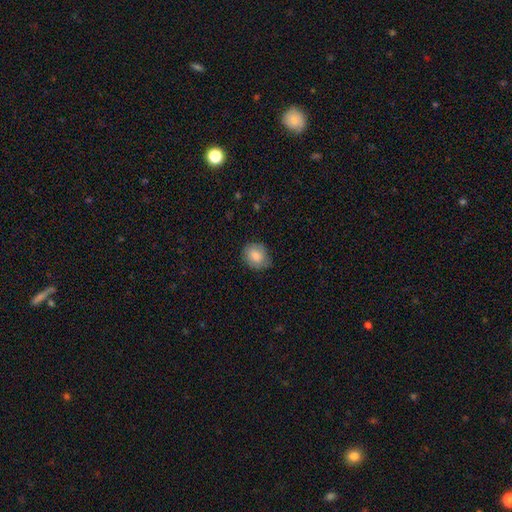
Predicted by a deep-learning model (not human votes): smooth-or-featured: smooth: 82% | featured or disk: 11% | star or artifact: 7%
  how-rounded: round: 51% | in between: 48% | cigar-shaped: 1%
  merging: none: 73% | minor disturbance: 22% | major disturbance: 5% | merger: 1%